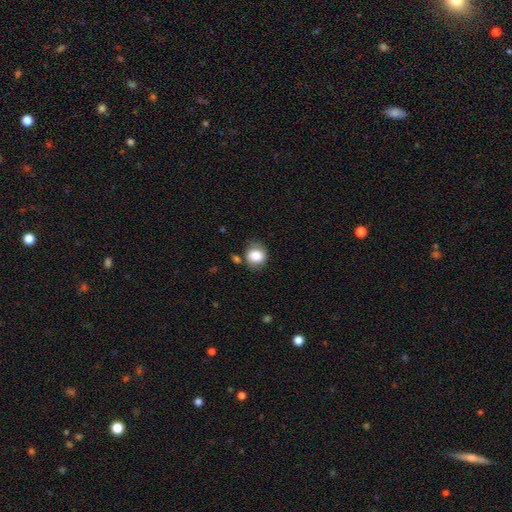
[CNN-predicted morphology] smooth_or_featured: smooth (p=0.80) [alt: featured or disk p=0.11]
how_rounded: round (p=0.68) [alt: in between p=0.31]
merging: none (p=0.71) [alt: minor disturbance p=0.18]